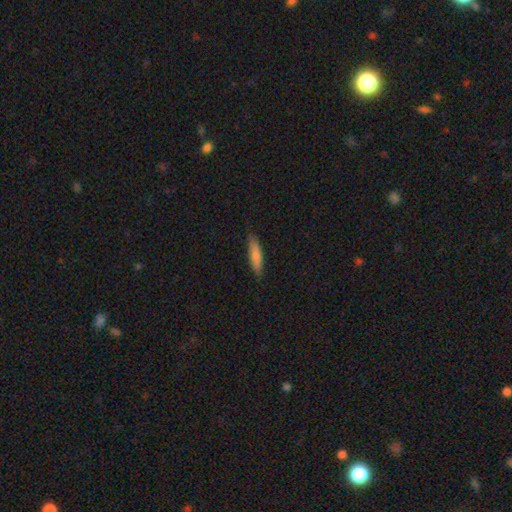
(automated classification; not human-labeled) A smooth galaxy with no disk features (79%) that is cigar-shaped (78%).

Vote fractions:
- Smooth or featured? smooth: 79% / featured or disk: 15% / star or artifact: 6%
- How rounded? cigar-shaped: 78% / in between: 20% / round: 2%
- Merging? none: 83% / minor disturbance: 13% / major disturbance: 2% / merger: 1%